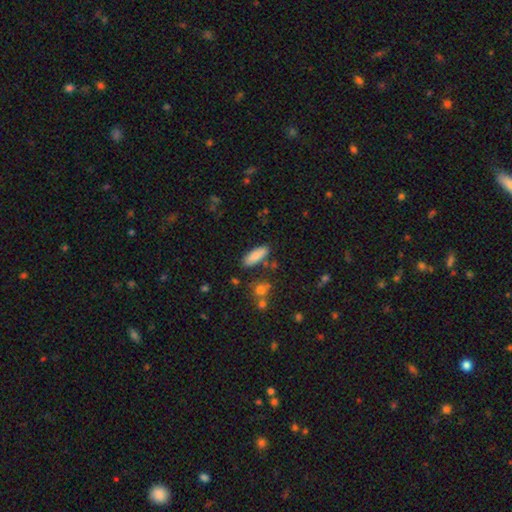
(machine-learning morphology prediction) Smooth or featured? smooth (85%)
How rounded? in between (68%)
Merging? none (83%)